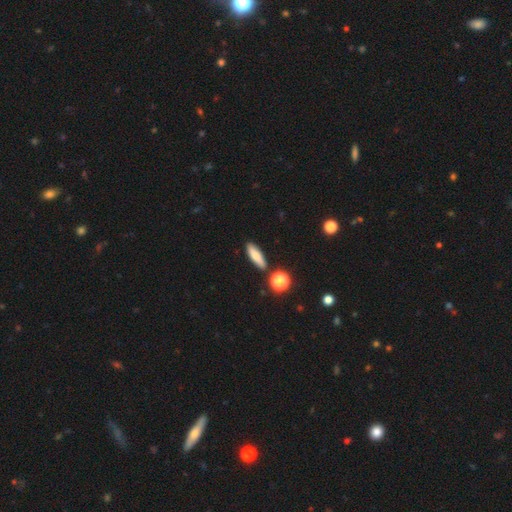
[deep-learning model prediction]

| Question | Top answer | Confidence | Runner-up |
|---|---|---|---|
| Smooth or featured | smooth | 74% | featured or disk (18%) |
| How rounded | cigar-shaped | 52% | in between (44%) |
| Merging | none | 84% | minor disturbance (9%) |